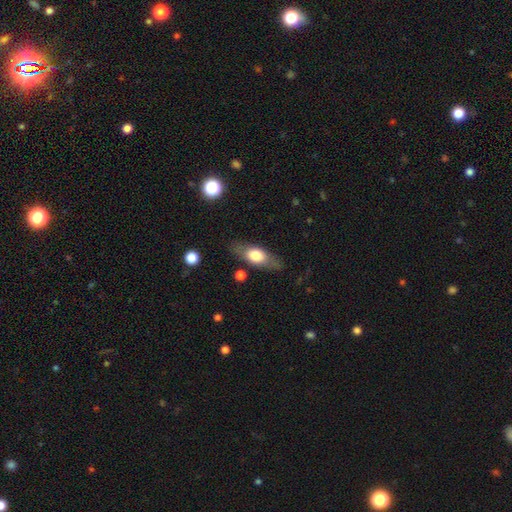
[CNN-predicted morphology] A smooth galaxy with no disk features (61%) that is in between round and cigar-shaped (73%). Merging: none (79%).